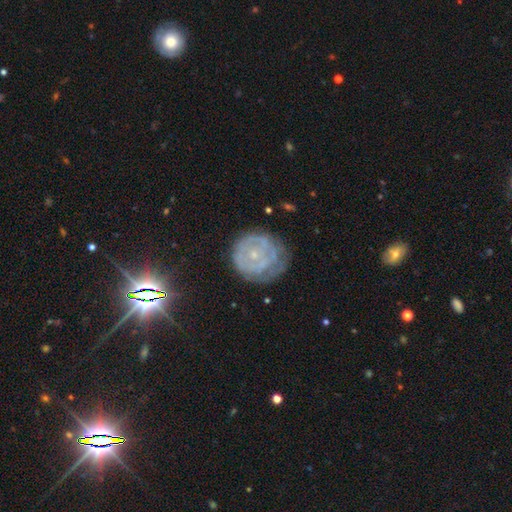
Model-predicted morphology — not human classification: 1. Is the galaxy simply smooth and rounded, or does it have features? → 65% featured or disk, 24% smooth, 11% star or artifact.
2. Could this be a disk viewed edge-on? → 97% no, 3% yes.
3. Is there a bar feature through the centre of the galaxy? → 83% no, 13% weak, 3% strong.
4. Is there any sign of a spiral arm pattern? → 63% yes, 37% no.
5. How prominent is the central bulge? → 79% small, 14% moderate, 5% none, 1% large, 1% dominant.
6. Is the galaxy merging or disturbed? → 62% none, 23% minor disturbance, 13% major disturbance, 2% merger.